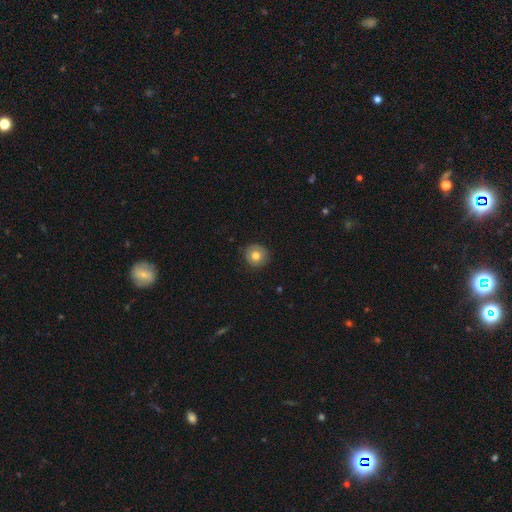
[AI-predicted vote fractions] Q: Smooth or featured?
A: smooth (76%); runner-up: featured or disk (15%)
Q: How rounded?
A: round (93%); runner-up: in between (6%)
Q: Merging?
A: none (87%); runner-up: minor disturbance (10%)